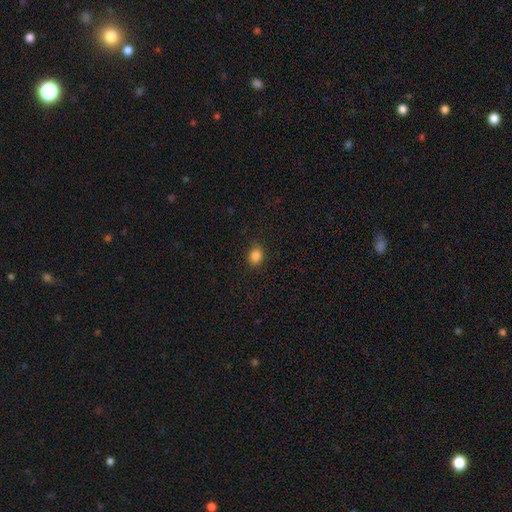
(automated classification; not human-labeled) A smooth galaxy with no disk features (85%) that is round (63%).

Vote fractions:
- Smooth or featured? smooth: 85% / star or artifact: 12% / featured or disk: 3%
- How rounded? round: 63% / in between: 36% / cigar-shaped: 1%
- Merging? none: 85% / minor disturbance: 11% / major disturbance: 3% / merger: 1%